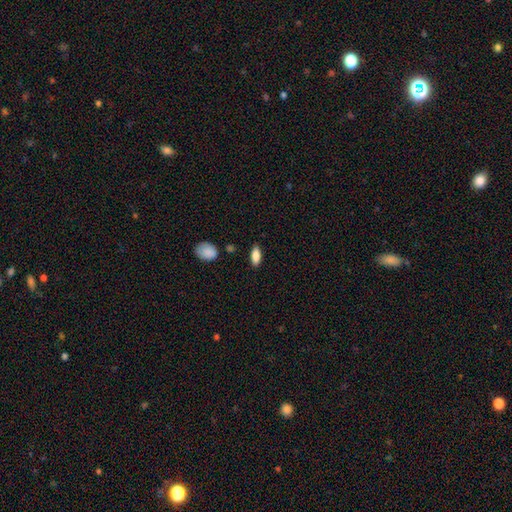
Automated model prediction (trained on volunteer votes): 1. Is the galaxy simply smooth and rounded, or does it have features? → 85% smooth, 8% featured or disk, 7% star or artifact.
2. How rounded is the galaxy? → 77% in between, 20% cigar-shaped, 3% round.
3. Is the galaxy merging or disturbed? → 85% none, 10% minor disturbance, 2% major disturbance, 2% merger.